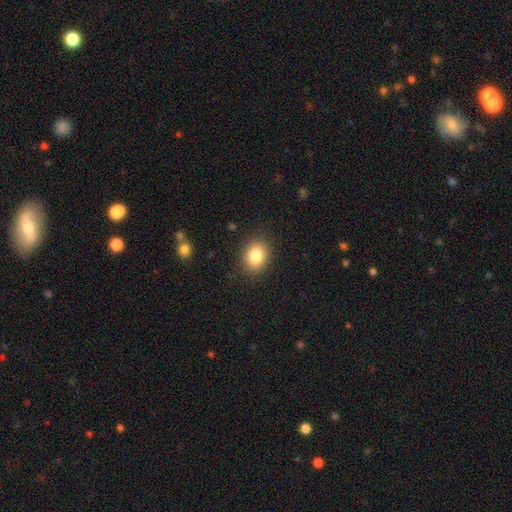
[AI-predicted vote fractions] Smooth or featured? smooth (84%)
How rounded? in between (60%)
Merging? none (87%)